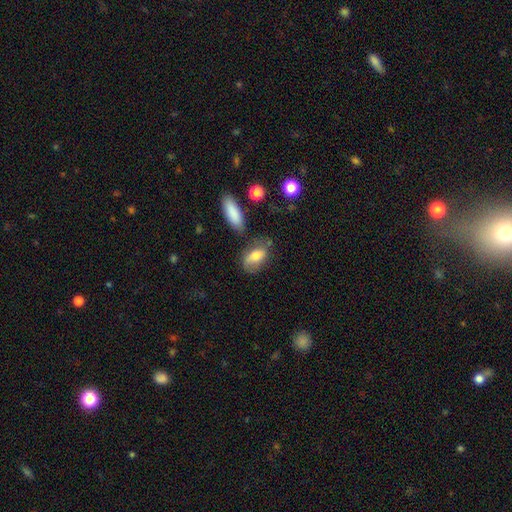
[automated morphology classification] The model was most divided on "merging": none: 57%, minor disturbance: 25%, major disturbance: 10%, merger: 8%. More confident: how rounded — in between (85%); smooth or featured — smooth (70%).